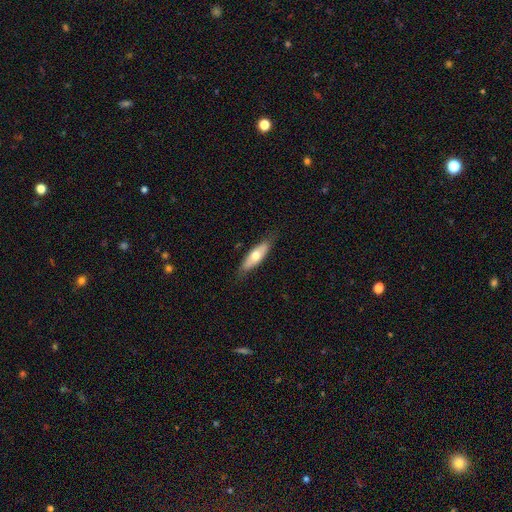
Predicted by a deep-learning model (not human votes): Smooth or featured?
  - smooth: 60% *
  - featured or disk: 35%
  - star or artifact: 5%
How rounded?
  - in between: 56% *
  - cigar-shaped: 41%
  - round: 2%
Merging?
  - none: 82% *
  - minor disturbance: 14%
  - major disturbance: 3%
  - merger: 1%